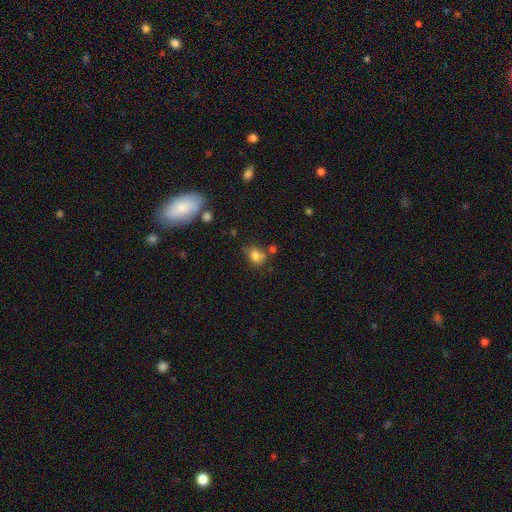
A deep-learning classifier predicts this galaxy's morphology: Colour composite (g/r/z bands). It shows a smooth galaxy with no disk features (75%) that is in between round and cigar-shaped (57%). Merging: none (50%).